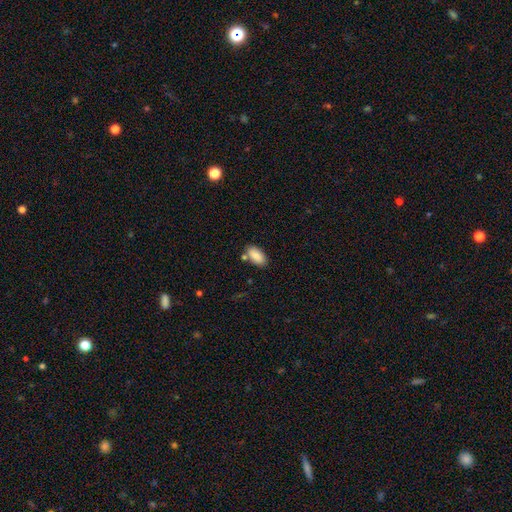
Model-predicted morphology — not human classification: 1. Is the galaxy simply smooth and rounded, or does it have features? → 87% smooth, 7% star or artifact, 6% featured or disk.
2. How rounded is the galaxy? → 94% in between, 4% cigar-shaped, 3% round.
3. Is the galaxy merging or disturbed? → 75% none, 13% minor disturbance, 8% merger, 3% major disturbance.